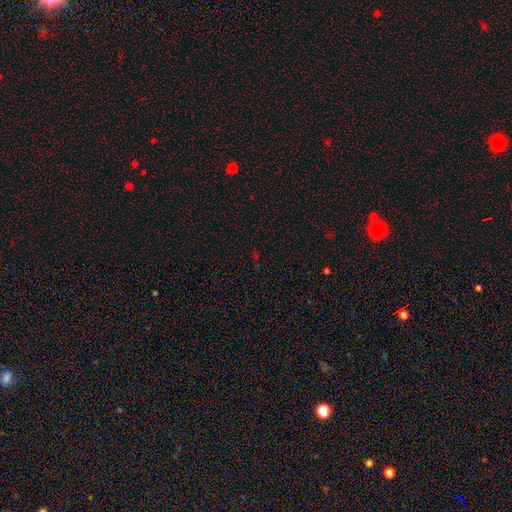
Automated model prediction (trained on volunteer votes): Morphology: type=star or artifact (66%).